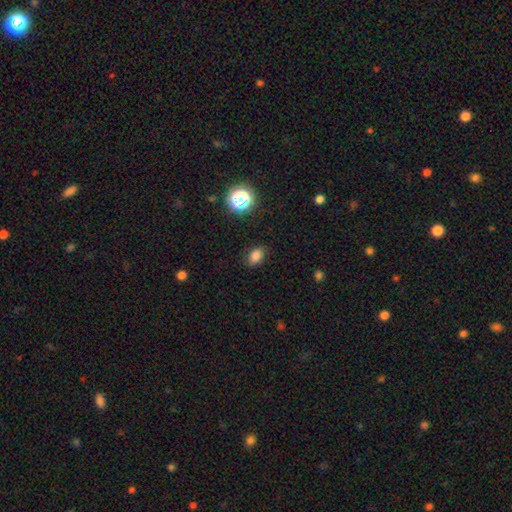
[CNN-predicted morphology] Q: Smooth or featured?
A: smooth (78%); runner-up: star or artifact (16%)
Q: How rounded?
A: in between (80%); runner-up: round (19%)
Q: Merging?
A: none (84%); runner-up: minor disturbance (11%)